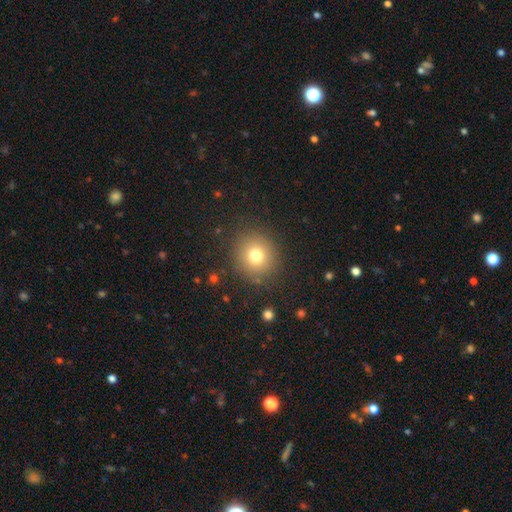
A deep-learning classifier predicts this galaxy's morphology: This is likely a smooth galaxy (75%). How rounded: clearly round (91%). Merging: clearly none (87%).